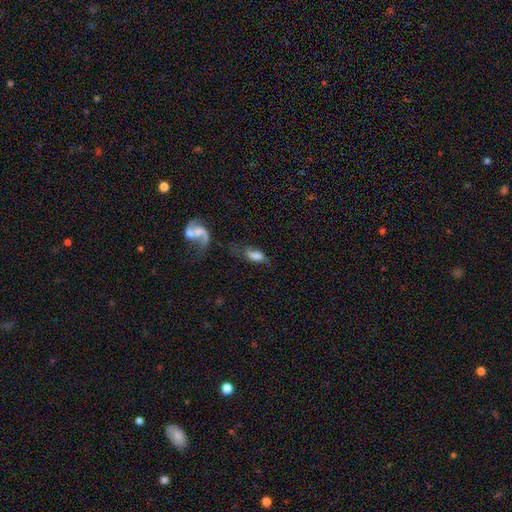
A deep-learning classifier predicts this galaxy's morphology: The model was most divided on "merging": none: 33%, major disturbance: 28%, minor disturbance: 22%, merger: 17%. More confident: how rounded — in between (81%); smooth or featured — smooth (55%).